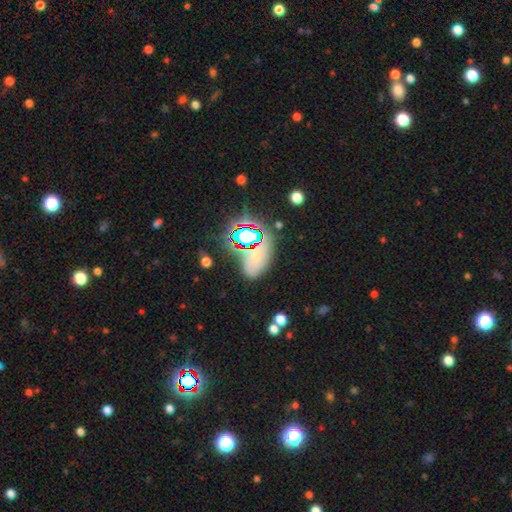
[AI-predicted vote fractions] This is marginally a star or artifact rather than a galaxy (39%).